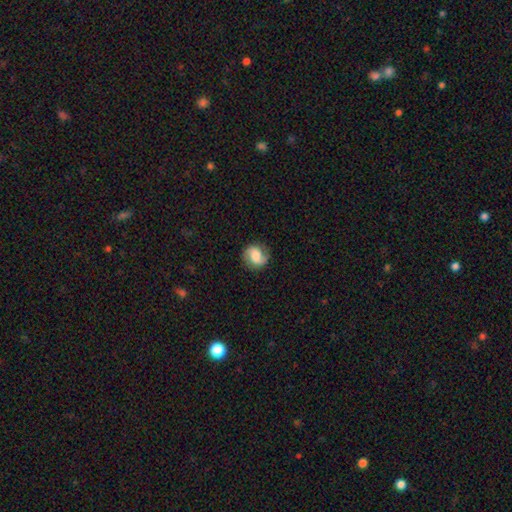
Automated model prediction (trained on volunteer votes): Morphology: type=featured or disk (55%); edge-on=no (97%); bar=no (47%); spiral arms=yes (91%); bulge=moderate (44%); merging=none (82%).